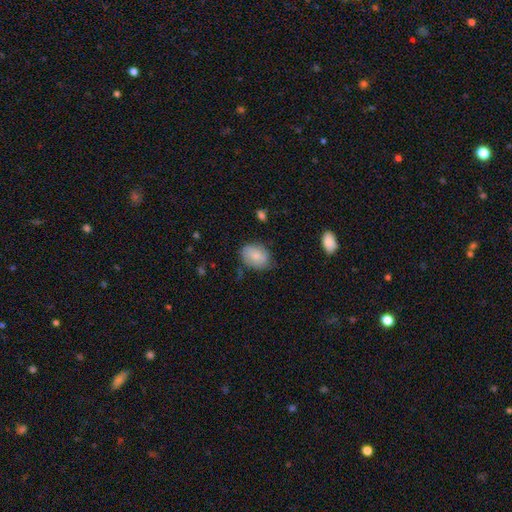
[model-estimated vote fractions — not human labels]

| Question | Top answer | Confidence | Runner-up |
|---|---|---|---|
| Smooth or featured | smooth | 80% | featured or disk (13%) |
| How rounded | in between | 74% | round (25%) |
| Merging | none | 69% | minor disturbance (23%) |